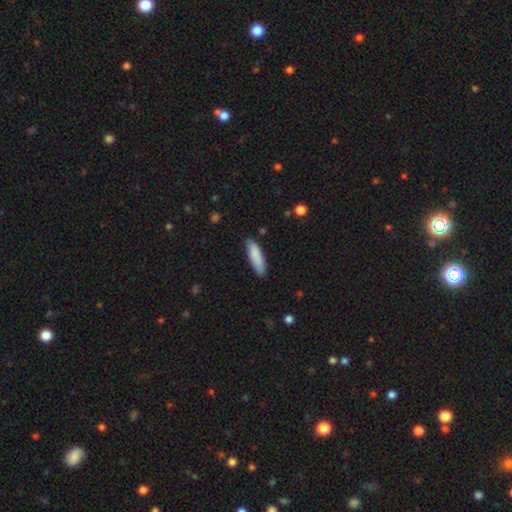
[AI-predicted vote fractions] Smooth or featured? Predicted: smooth (p=0.87). How rounded? Predicted: cigar-shaped (p=0.62). Merging? Predicted: none (p=0.84).